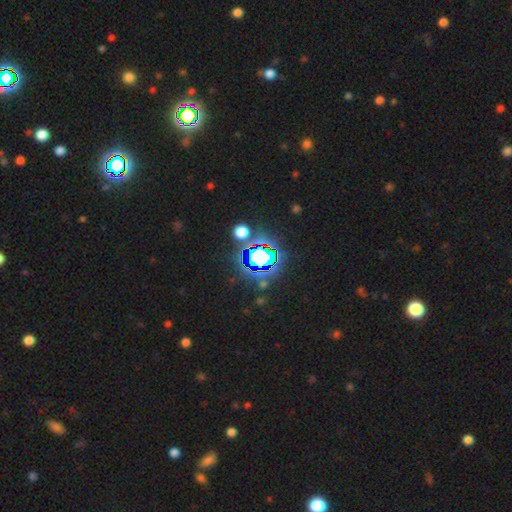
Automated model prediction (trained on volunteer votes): Smooth or featured: star or artifact — 71% (smooth — 18%)